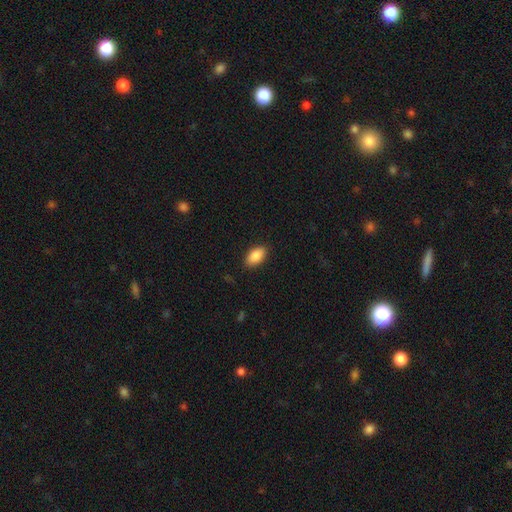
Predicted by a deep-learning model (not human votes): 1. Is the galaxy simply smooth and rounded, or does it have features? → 88% smooth, 7% star or artifact, 5% featured or disk.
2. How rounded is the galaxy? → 93% in between, 4% round, 3% cigar-shaped.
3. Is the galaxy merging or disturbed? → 87% none, 9% minor disturbance, 2% major disturbance, 1% merger.